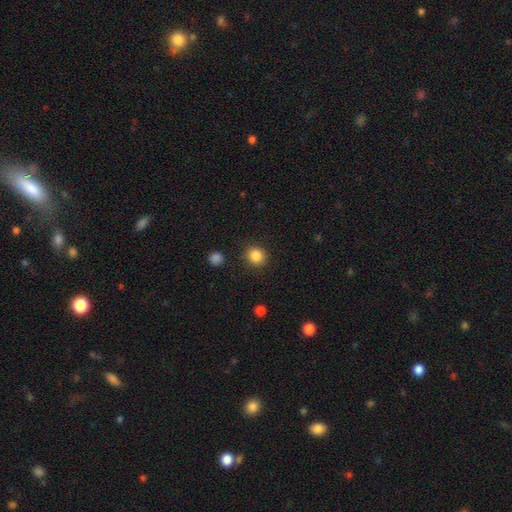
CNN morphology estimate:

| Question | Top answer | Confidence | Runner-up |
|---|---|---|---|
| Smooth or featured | smooth | 86% | star or artifact (10%) |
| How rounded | round | 88% | in between (11%) |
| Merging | none | 89% | minor disturbance (7%) |